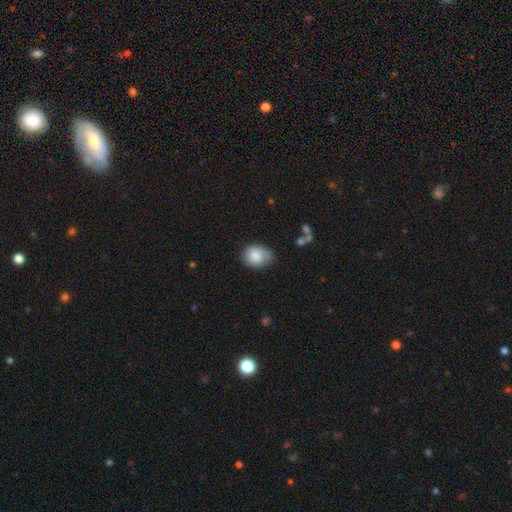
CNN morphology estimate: Smooth or featured? smooth (81%)
How rounded? in between (55%)
Merging? none (63%)